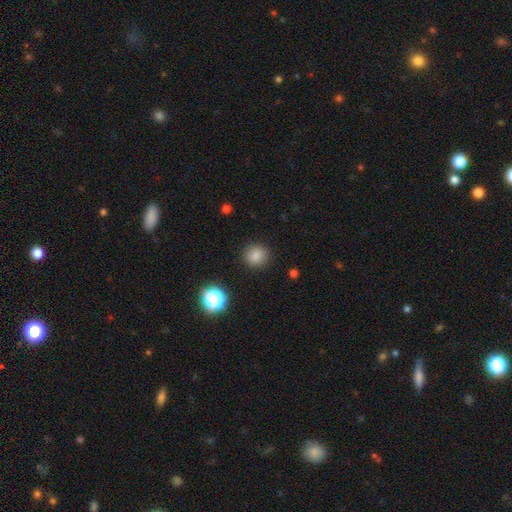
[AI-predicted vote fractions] Smooth or featured? smooth (83%)
How rounded? round (89%)
Merging? none (90%)